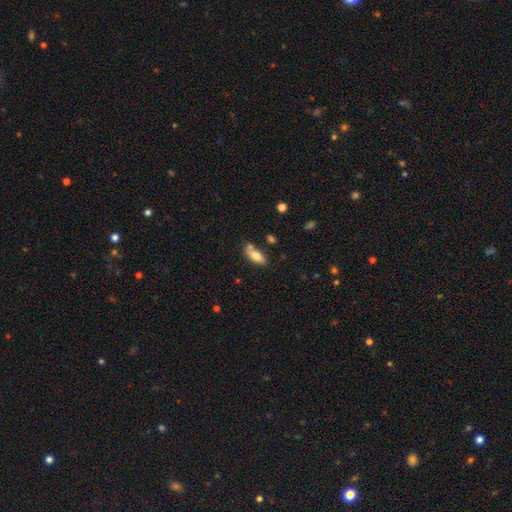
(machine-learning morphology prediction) Smooth or featured? smooth (76%)
How rounded? in between (81%)
Merging? none (58%)